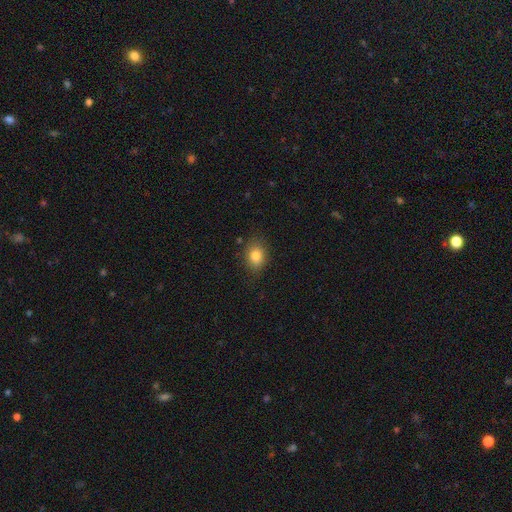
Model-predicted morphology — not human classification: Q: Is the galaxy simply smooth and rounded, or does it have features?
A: smooth — 81%.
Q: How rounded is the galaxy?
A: in between — 58%.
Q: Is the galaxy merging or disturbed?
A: none — 81%.